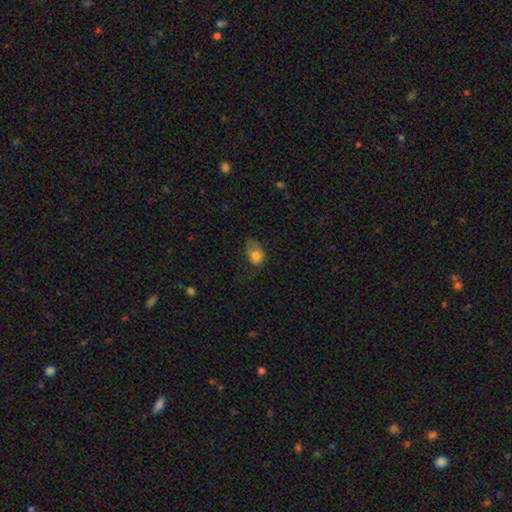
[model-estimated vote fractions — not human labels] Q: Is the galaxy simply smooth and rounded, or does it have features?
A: smooth — 77%.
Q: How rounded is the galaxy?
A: in between — 66%.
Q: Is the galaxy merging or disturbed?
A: major disturbance — 36%.